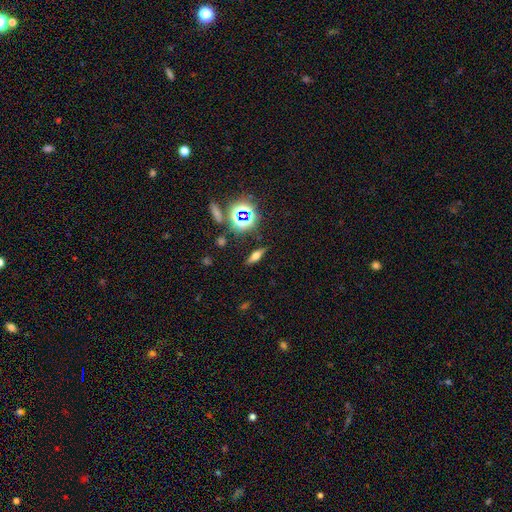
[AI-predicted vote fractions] Smooth or featured?
  - smooth: 41% *
  - featured or disk: 36%
  - star or artifact: 22%
Merging?
  - none: 85% *
  - minor disturbance: 10%
  - major disturbance: 3%
  - merger: 2%